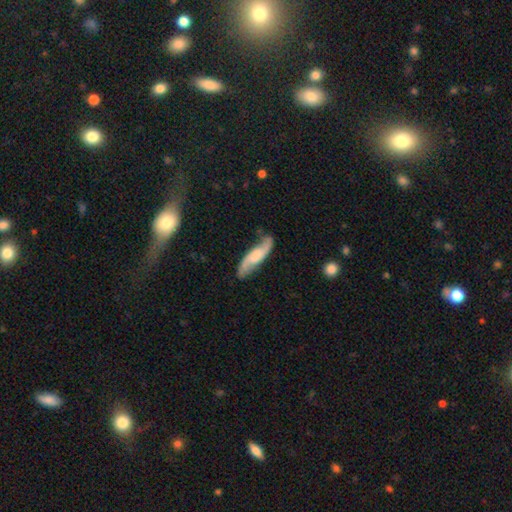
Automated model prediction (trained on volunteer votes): Overall: featured or disk (66%; smooth 28%). Edge-on disk: no (81%). Bar: no (56%; weak 33%). Spiral arms: yes (94%). Bulge size: none (41%; small 25%). Merging: none (72%).